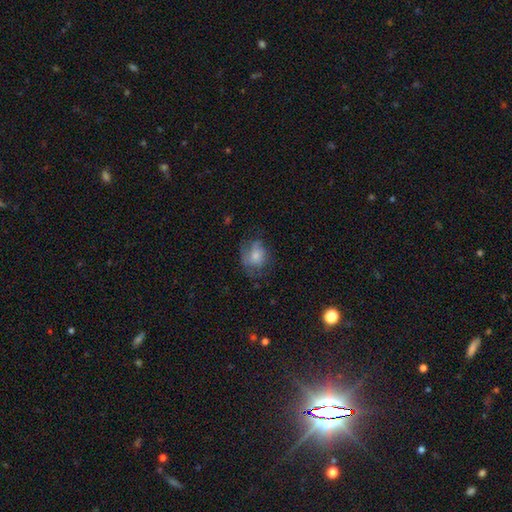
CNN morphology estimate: smooth_or_featured: smooth (p=0.62) [alt: featured or disk p=0.28]
how_rounded: round (p=0.53) [alt: in between p=0.46]
merging: none (p=0.47) [alt: minor disturbance p=0.28]